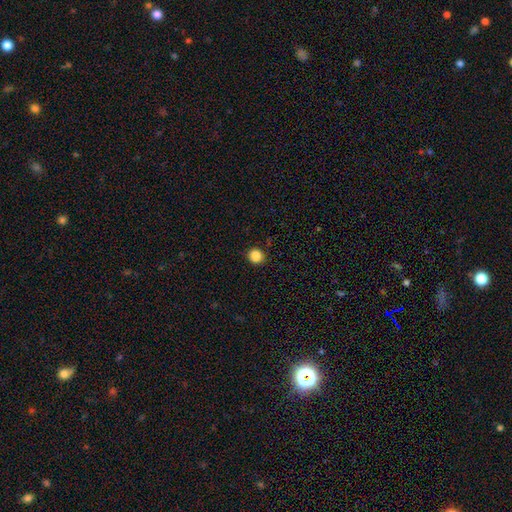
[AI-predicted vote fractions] Smooth or featured: smooth — 86% (star or artifact — 11%)
How rounded: round — 88% (in between — 11%)
Merging: none — 89% (minor disturbance — 8%)